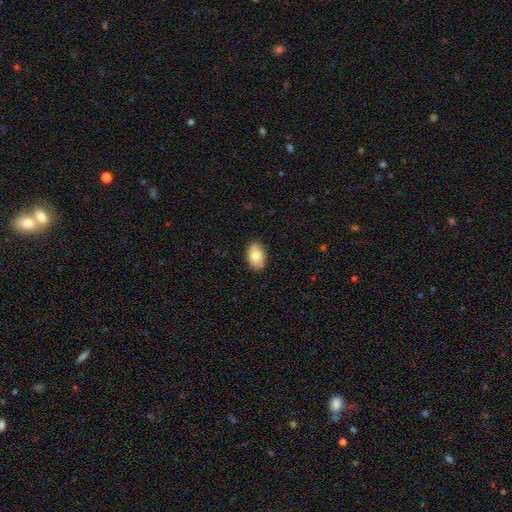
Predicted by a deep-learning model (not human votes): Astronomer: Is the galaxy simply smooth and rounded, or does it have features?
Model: smooth — 86%.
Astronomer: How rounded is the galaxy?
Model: in between — 88%.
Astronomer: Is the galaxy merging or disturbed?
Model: none — 85%.